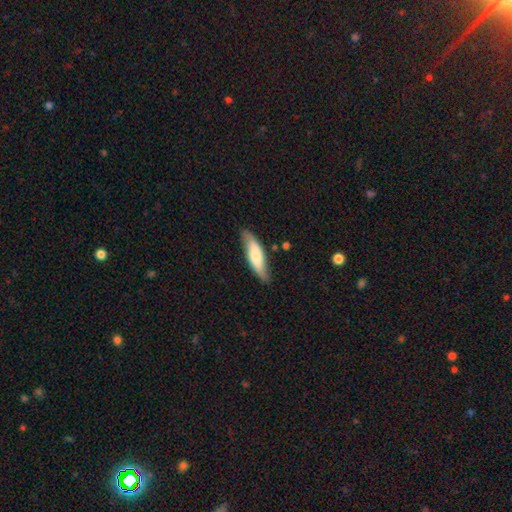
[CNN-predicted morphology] Smooth or featured: smooth — 66% (featured or disk — 29%)
How rounded: cigar-shaped — 55% (in between — 44%)
Merging: none — 79% (minor disturbance — 16%)